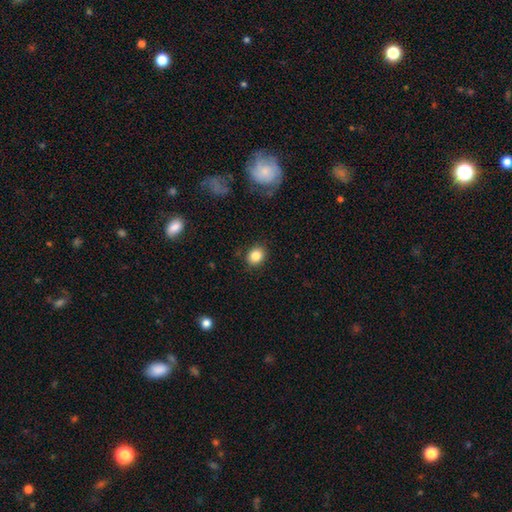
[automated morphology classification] This appears to be a smooth galaxy with no disk features (84%) that is round (57%). Merging: none (87%).